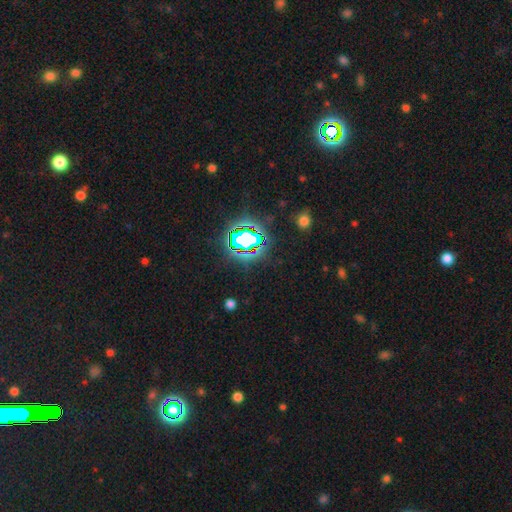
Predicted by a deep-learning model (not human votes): Smooth or featured: star or artifact — 82% (smooth — 11%)